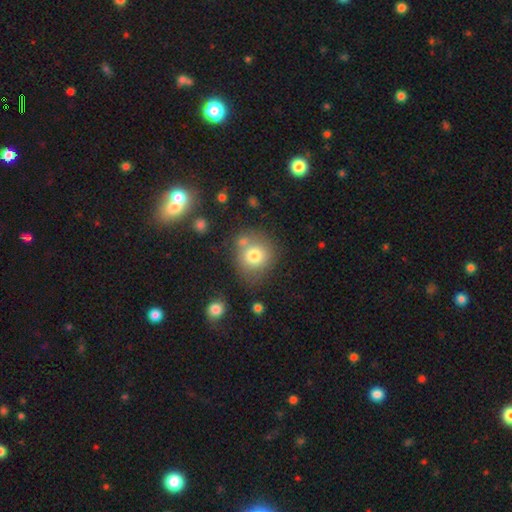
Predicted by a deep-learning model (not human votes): A smooth galaxy with no disk features (77%) that is round (84%). Merging: none (64%).